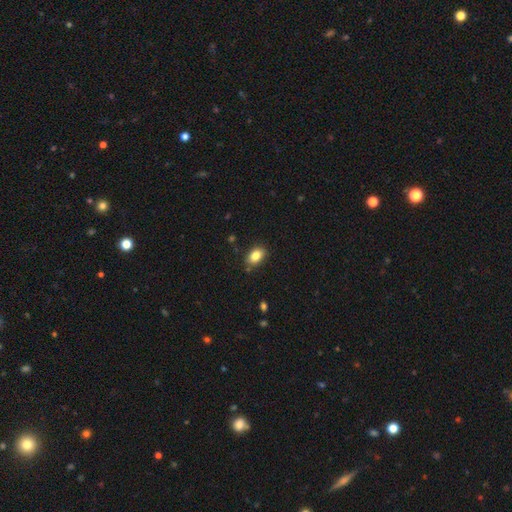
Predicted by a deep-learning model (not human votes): This appears to be a smooth galaxy with no disk features (84%) that is in between round and cigar-shaped (85%). Merging: none (83%).